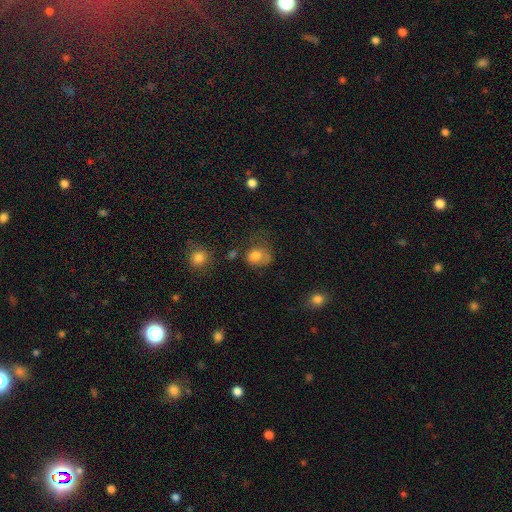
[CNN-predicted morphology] smooth 78%, featured or disk 11%, star or artifact 11%. Down the decision tree: how rounded — round (56%); merging — none (36%).